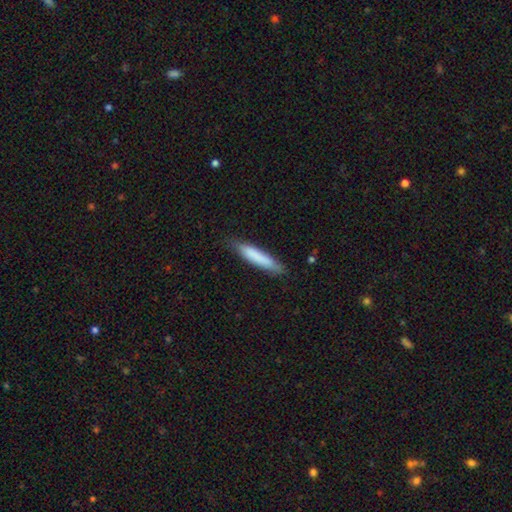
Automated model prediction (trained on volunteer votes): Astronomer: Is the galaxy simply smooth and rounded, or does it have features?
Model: smooth — 79%.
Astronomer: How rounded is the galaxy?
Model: cigar-shaped — 90%.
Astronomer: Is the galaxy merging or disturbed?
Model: none — 81%.